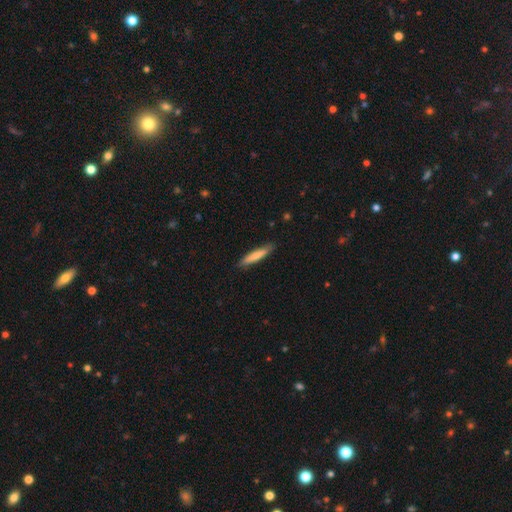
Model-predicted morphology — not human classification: type=smooth (78%); roundness=cigar-shaped (91%); merging=none (86%).